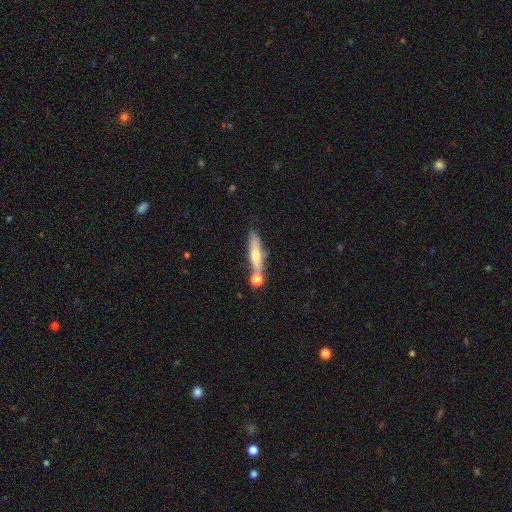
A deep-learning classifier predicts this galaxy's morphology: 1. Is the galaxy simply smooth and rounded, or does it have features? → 47% smooth, 45% featured or disk, 8% star or artifact.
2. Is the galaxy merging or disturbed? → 61% none, 20% merger, 15% minor disturbance, 5% major disturbance.